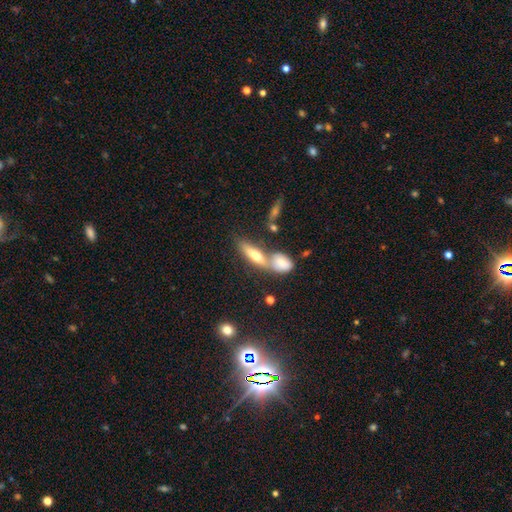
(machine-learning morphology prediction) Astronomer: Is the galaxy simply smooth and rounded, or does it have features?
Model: smooth — 58% (runner-up: featured or disk, 34%).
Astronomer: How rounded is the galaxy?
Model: cigar-shaped — 50% (runner-up: in between, 46%).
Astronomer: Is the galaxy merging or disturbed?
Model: merger — 44% (runner-up: none, 40%).